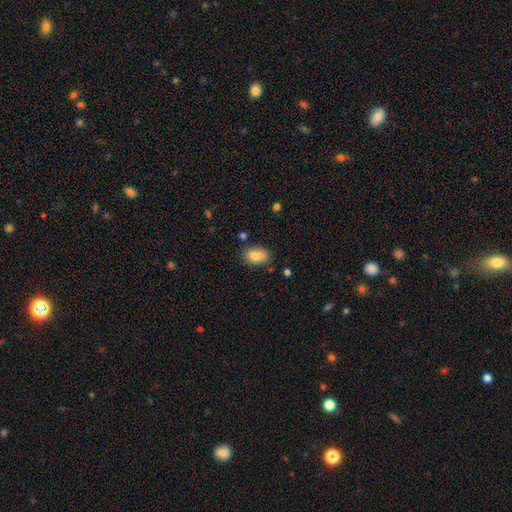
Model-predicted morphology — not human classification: Smooth or featured: smooth — 75% (featured or disk — 15%)
How rounded: in between — 77% (round — 21%)
Merging: none — 55% (merger — 20%)